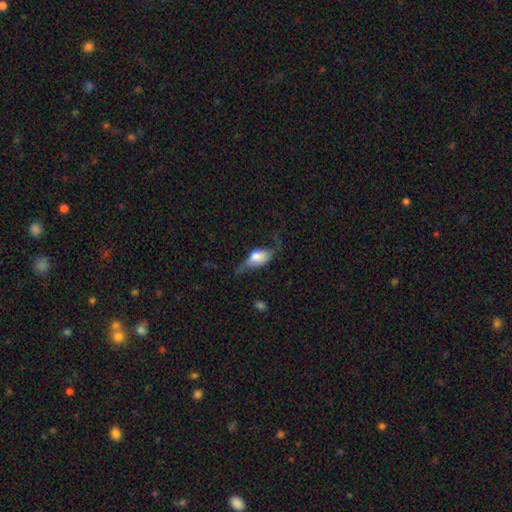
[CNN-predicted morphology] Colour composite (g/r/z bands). It shows a featured or disk galaxy (46%). Merging: none (40%).